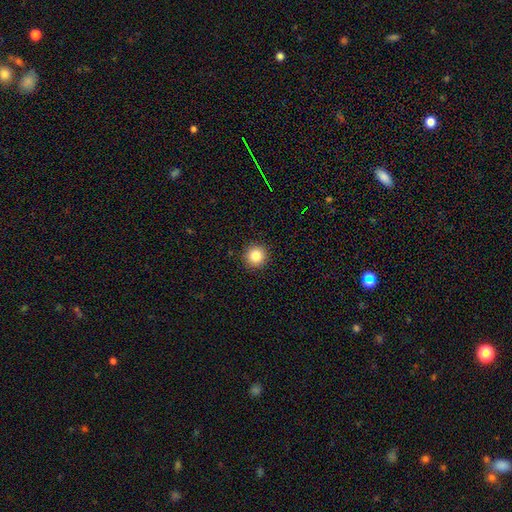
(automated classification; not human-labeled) Smooth or featured? smooth (84%)
How rounded? round (95%)
Merging? none (92%)